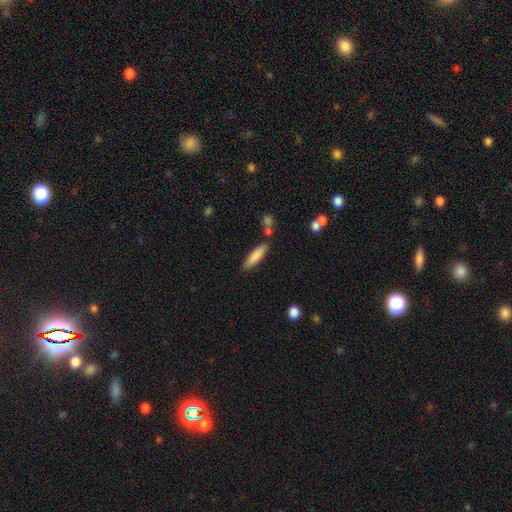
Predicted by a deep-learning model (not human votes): Smooth or featured? smooth (83%)
How rounded? cigar-shaped (70%)
Merging? none (80%)